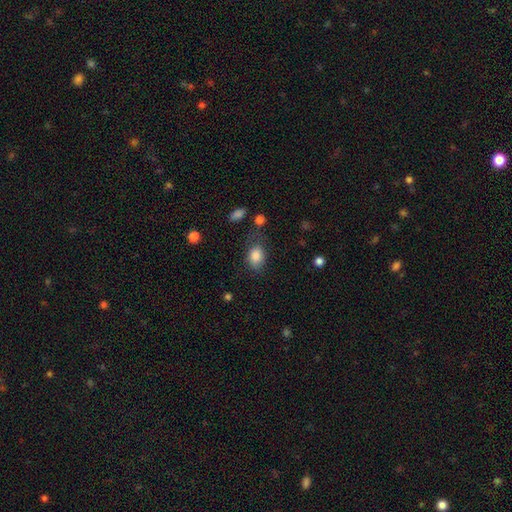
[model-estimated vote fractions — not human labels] This is clearly a smooth galaxy (85%). How rounded: likely in between (72%). Merging: likely none (63%).